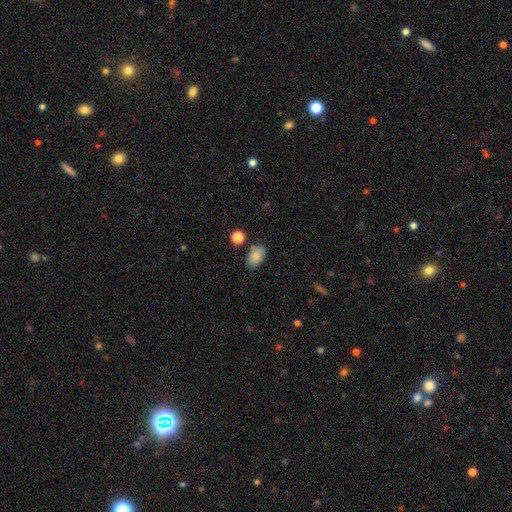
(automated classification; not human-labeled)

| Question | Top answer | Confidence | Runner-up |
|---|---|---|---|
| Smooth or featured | smooth | 86% | star or artifact (8%) |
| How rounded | in between | 92% | round (7%) |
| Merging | none | 79% | minor disturbance (12%) |